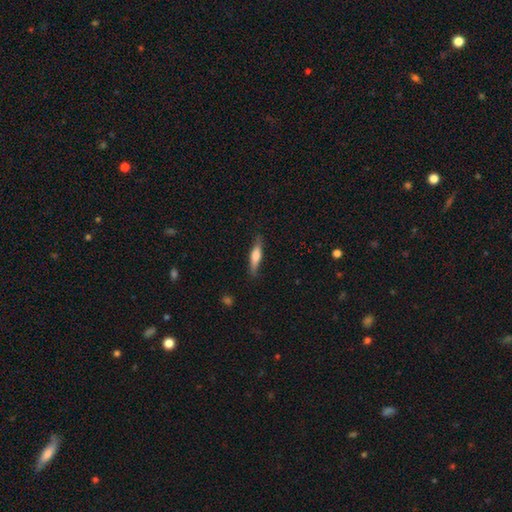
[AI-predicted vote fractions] smooth_or_featured: smooth (p=0.56) [alt: featured or disk p=0.38]
how_rounded: cigar-shaped (p=0.77) [alt: in between p=0.21]
merging: none (p=0.81) [alt: minor disturbance p=0.14]